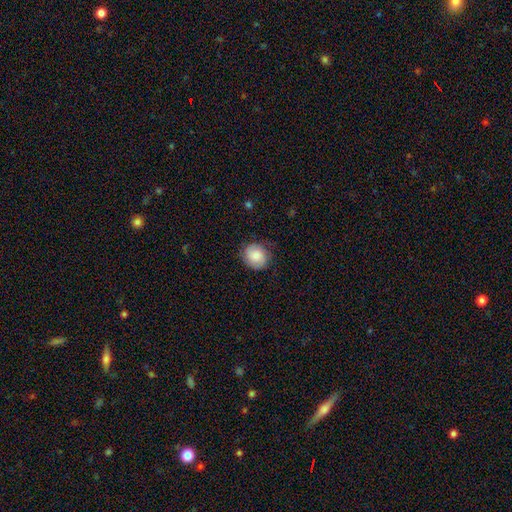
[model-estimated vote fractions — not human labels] This appears to be a smooth galaxy with no disk features (74%) that is round (76%). Merging: none (77%).